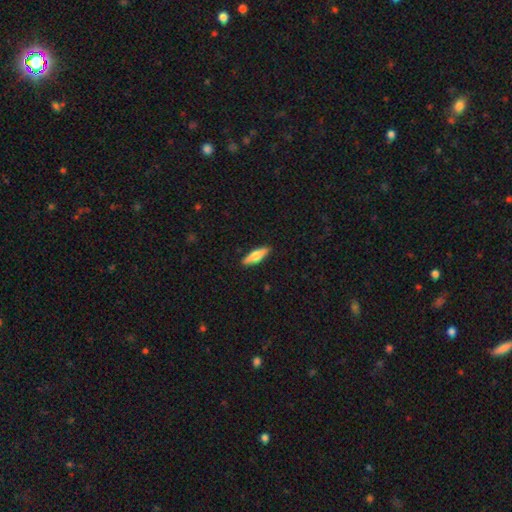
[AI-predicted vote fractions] A smooth galaxy with no disk features (64%) that is cigar-shaped (58%). Merging: none (90%).